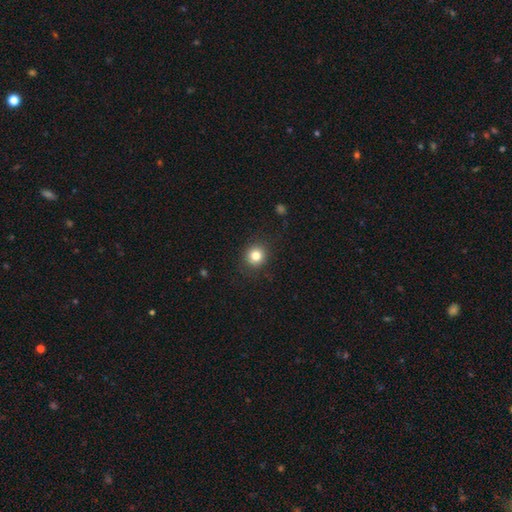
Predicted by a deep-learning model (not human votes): This appears to be a smooth galaxy with no disk features (82%) that is round (89%). Merging: none (89%).